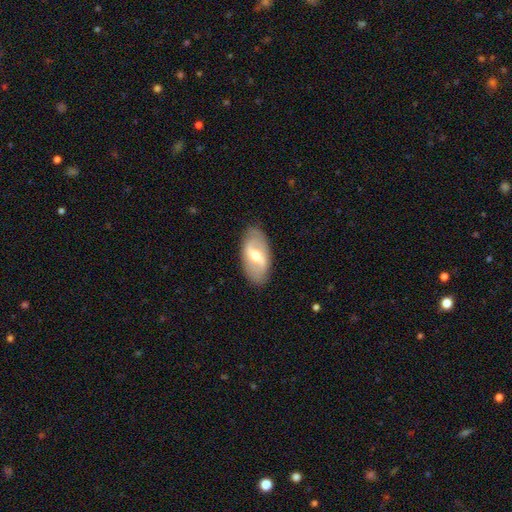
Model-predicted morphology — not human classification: Smooth or featured? Predicted: featured or disk (p=0.63). Edge-on disk? Predicted: no (p=0.89). Bar? Predicted: strong (p=0.50). Spiral arms? Predicted: no (p=0.50, tied with yes). Bulge size? Predicted: moderate (p=0.66). Merging? Predicted: none (p=0.85).